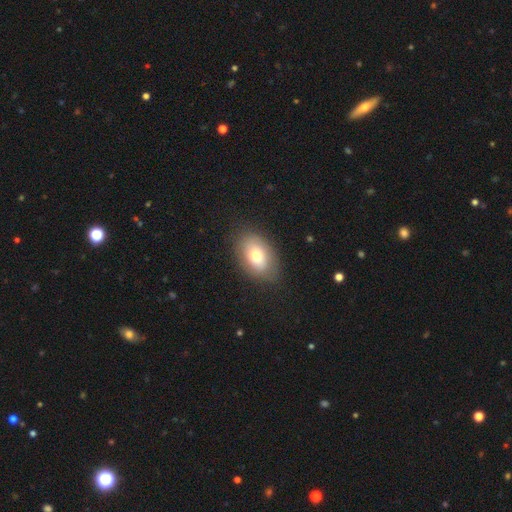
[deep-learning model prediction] This appears to be a smooth galaxy with no disk features (73%) that is in between round and cigar-shaped (86%). Merging: none (78%).